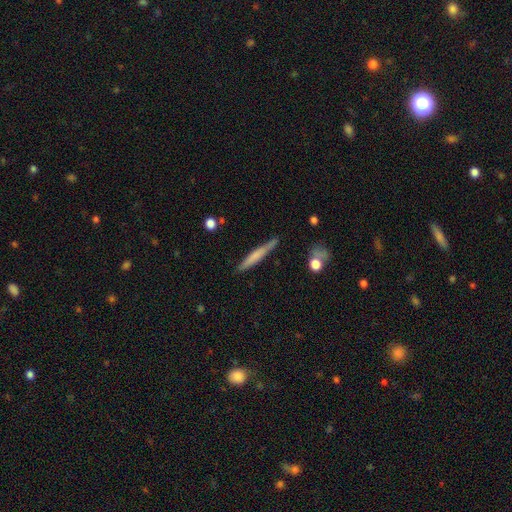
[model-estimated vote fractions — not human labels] Smooth or featured?
  - smooth: 57% *
  - featured or disk: 36%
  - star or artifact: 6%
How rounded?
  - cigar-shaped: 94% *
  - in between: 4%
  - round: 2%
Merging?
  - none: 82% *
  - minor disturbance: 13%
  - major disturbance: 3%
  - merger: 3%